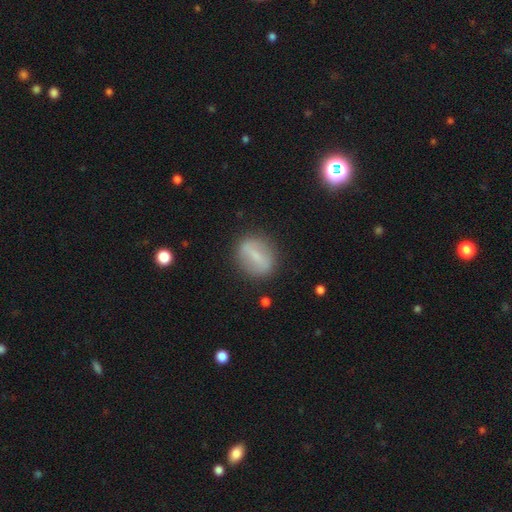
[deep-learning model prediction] A smooth galaxy with no disk features (54%) that is in between round and cigar-shaped (49%). Merging: none (84%).